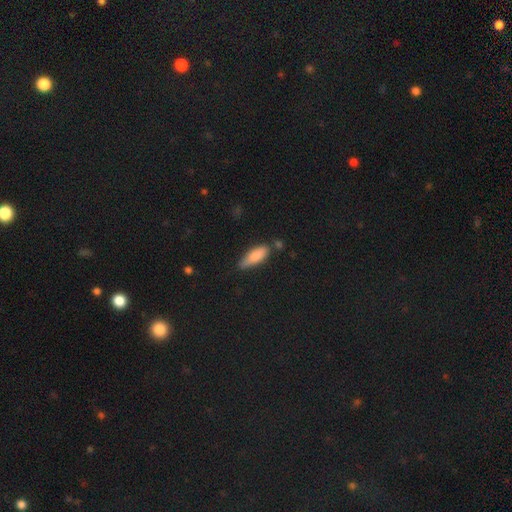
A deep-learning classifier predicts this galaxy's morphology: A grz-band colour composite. It shows a smooth galaxy with no disk features (82%) that is in between round and cigar-shaped (61%). Merging: none (63%).